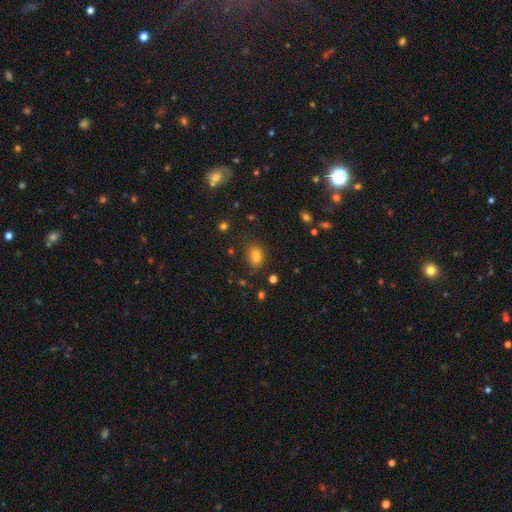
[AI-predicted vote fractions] Q: Smooth or featured?
A: smooth (75%); runner-up: star or artifact (18%)
Q: How rounded?
A: in between (74%); runner-up: round (24%)
Q: Merging?
A: none (69%); runner-up: minor disturbance (17%)